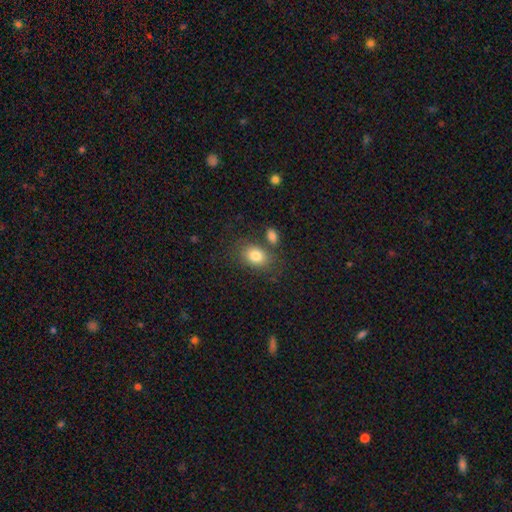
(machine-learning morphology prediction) type=smooth (81%); roundness=in between (71%); merging=none (65%).